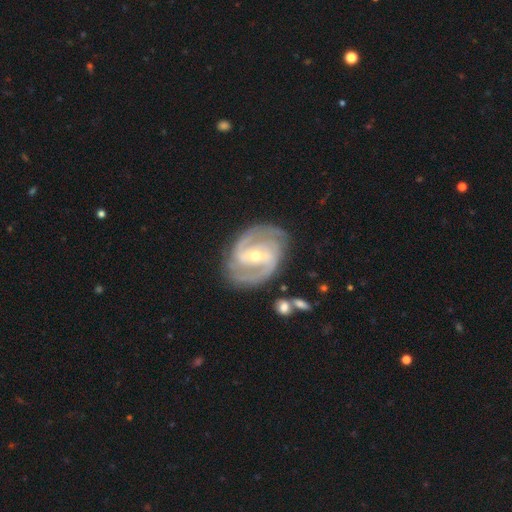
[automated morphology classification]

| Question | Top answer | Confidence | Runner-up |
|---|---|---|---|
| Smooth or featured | featured or disk | 91% | smooth (4%) |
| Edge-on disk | no | 97% | yes (3%) |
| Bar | strong | 46% | weak (40%) |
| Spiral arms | yes | 98% | no (2%) |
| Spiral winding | medium | 46% | tied: tight (46%) |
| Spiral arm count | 2 | 70% | 3 (16%) |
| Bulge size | small | 53% | moderate (44%) |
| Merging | none | 79% | minor disturbance (14%) |